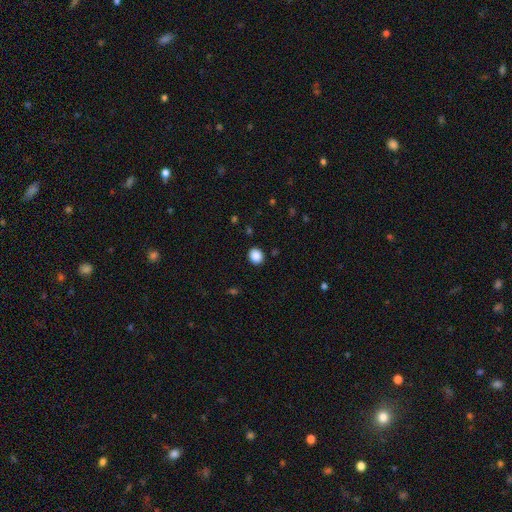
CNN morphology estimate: smooth-or-featured: smooth: 88% | star or artifact: 9% | featured or disk: 3%
  how-rounded: round: 76% | in between: 23% | cigar-shaped: 1%
  merging: none: 90% | minor disturbance: 6% | major disturbance: 2% | merger: 1%